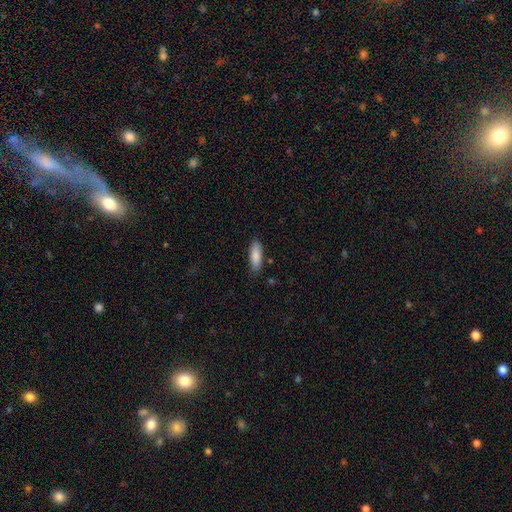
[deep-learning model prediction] Q: Smooth or featured?
A: smooth (87%); runner-up: featured or disk (7%)
Q: How rounded?
A: in between (64%); runner-up: cigar-shaped (35%)
Q: Merging?
A: none (84%); runner-up: minor disturbance (12%)